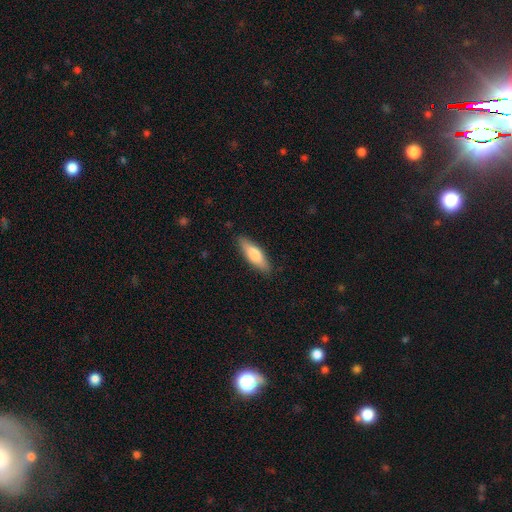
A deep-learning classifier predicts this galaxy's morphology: smooth_or_featured: smooth (p=0.70) [alt: featured or disk p=0.25]
how_rounded: cigar-shaped (p=0.51) [alt: in between p=0.47]
merging: none (p=0.86) [alt: minor disturbance p=0.11]